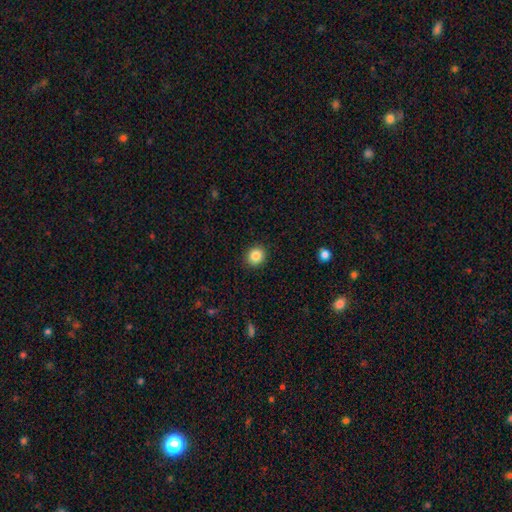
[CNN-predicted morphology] smooth-or-featured: smooth: 86% | star or artifact: 10% | featured or disk: 4%
  how-rounded: round: 82% | in between: 17% | cigar-shaped: 1%
  merging: none: 91% | minor disturbance: 6% | major disturbance: 2% | merger: 1%